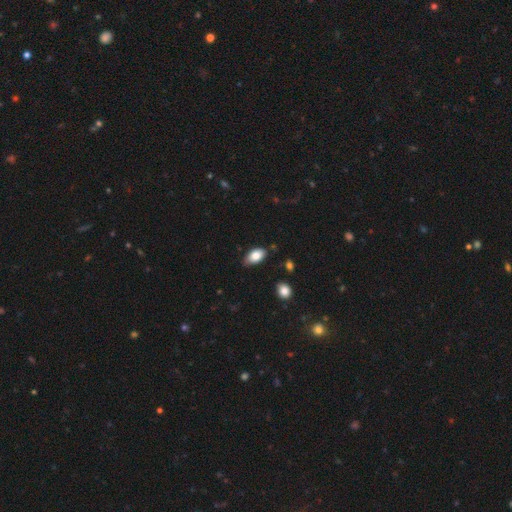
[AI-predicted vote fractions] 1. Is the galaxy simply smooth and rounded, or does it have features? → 81% smooth, 11% featured or disk, 7% star or artifact.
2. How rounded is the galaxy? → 92% in between, 5% round, 2% cigar-shaped.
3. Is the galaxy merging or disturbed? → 72% none, 23% minor disturbance, 3% major disturbance, 2% merger.